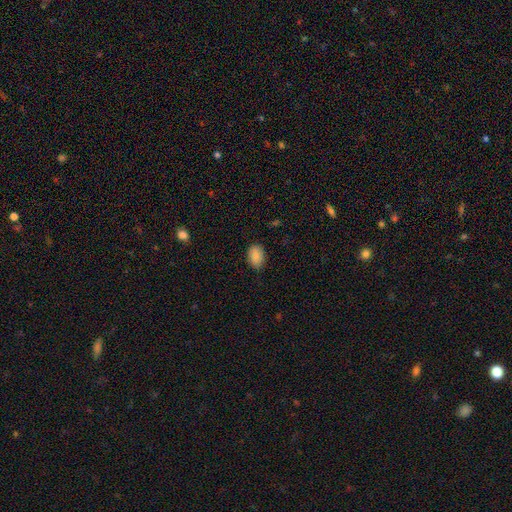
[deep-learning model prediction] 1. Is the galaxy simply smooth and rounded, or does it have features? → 88% smooth, 7% star or artifact, 4% featured or disk.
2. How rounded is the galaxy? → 86% in between, 12% round, 1% cigar-shaped.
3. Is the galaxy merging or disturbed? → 82% none, 14% minor disturbance, 3% major disturbance, 1% merger.